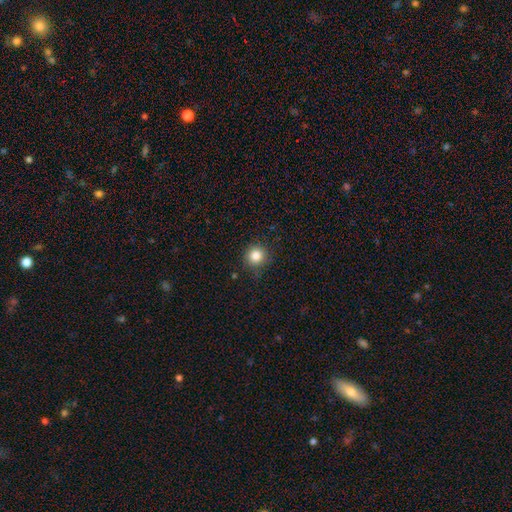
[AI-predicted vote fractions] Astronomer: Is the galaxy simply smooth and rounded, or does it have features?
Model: smooth — 84%.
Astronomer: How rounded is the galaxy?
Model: round — 93%.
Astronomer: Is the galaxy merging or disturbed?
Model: none — 86%.